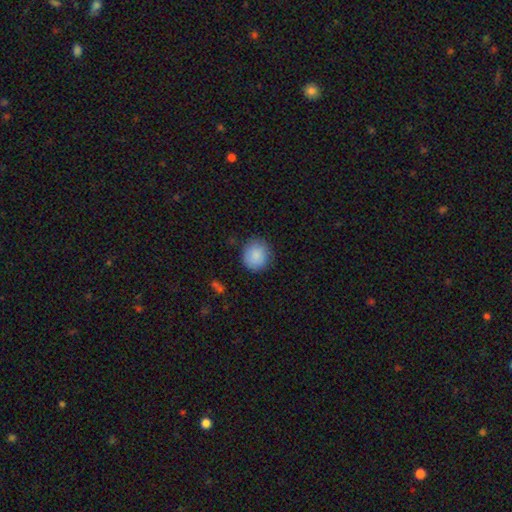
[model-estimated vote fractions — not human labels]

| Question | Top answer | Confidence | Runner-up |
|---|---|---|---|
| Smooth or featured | smooth | 88% | star or artifact (7%) |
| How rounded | round | 86% | in between (13%) |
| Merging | none | 84% | minor disturbance (12%) |